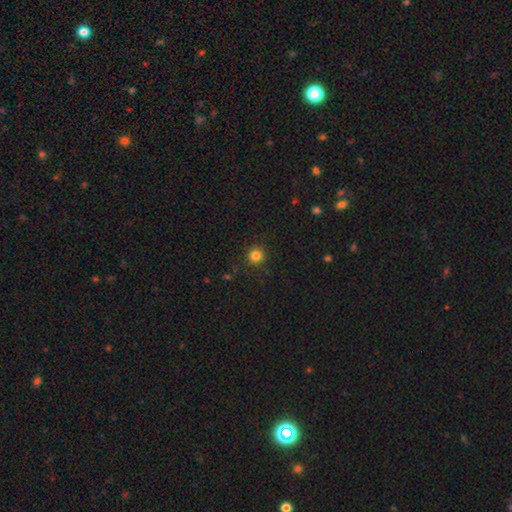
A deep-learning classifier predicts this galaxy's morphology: The model was most divided on "smooth or featured": smooth: 83%, star or artifact: 13%, featured or disk: 4%. More confident: how rounded — round (94%); merging — none (90%).